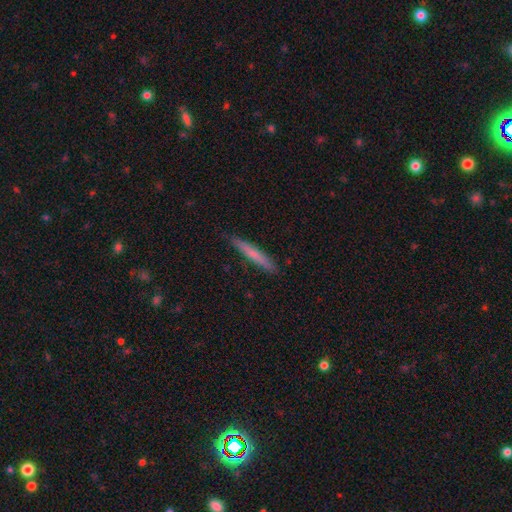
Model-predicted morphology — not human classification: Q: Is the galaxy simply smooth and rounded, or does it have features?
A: smooth — 66%.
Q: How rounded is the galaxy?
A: cigar-shaped — 95%.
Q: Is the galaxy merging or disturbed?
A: none — 87%.